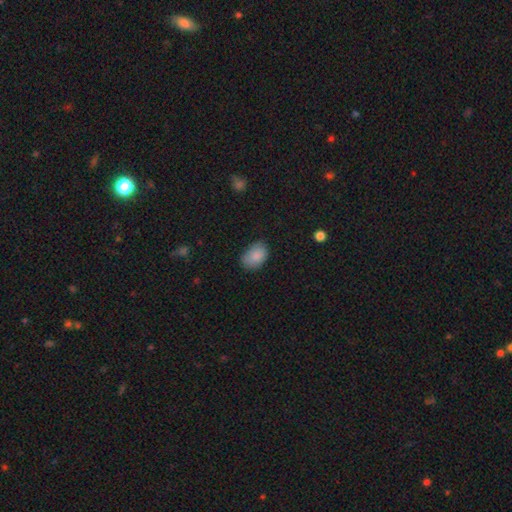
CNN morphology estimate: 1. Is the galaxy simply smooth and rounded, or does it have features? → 87% smooth, 7% star or artifact, 6% featured or disk.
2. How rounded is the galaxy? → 87% in between, 12% round, 1% cigar-shaped.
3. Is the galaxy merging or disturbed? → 74% none, 20% minor disturbance, 4% major disturbance, 1% merger.